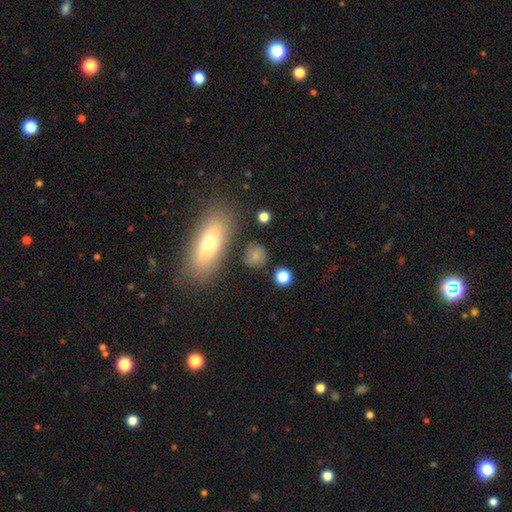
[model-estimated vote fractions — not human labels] Smooth or featured? Predicted: smooth (p=0.78). How rounded? Predicted: round (p=0.74). Merging? Predicted: none (p=0.79).